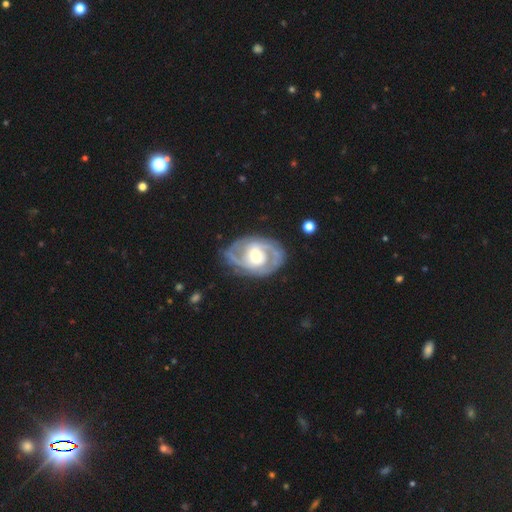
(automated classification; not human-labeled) A featured or disk galaxy (86%) with a weak bar (42%), 2 (74%) tight (48%) spiral arms (91%) and a moderate central bulge (62%). Merging: none (77%).